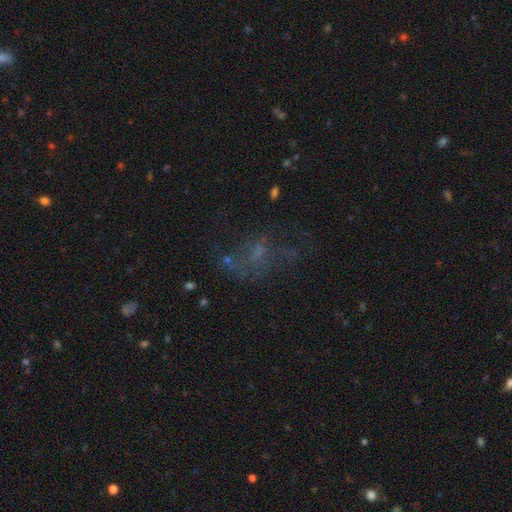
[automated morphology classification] The model was most divided on "merging": none: 44%, major disturbance: 32%, minor disturbance: 18%, merger: 6%. Remaining: smooth or featured — featured or disk (43%).